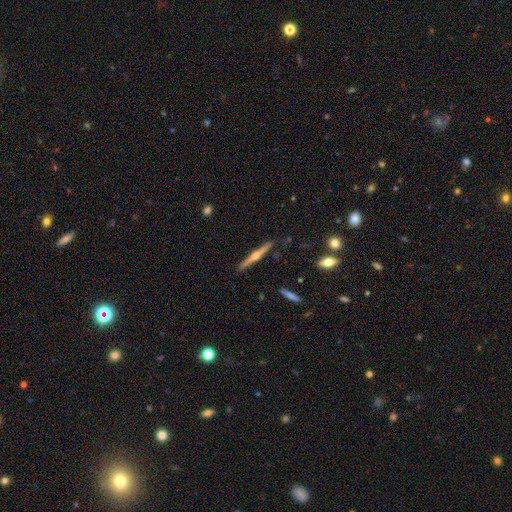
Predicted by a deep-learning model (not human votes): Q: Smooth or featured?
A: featured or disk (71%); runner-up: smooth (23%)
Q: Edge-on disk?
A: yes (98%); runner-up: no (2%)
Q: Edge-on bulge?
A: rounded (90%); runner-up: none (7%)
Q: Merging?
A: none (87%); runner-up: minor disturbance (9%)